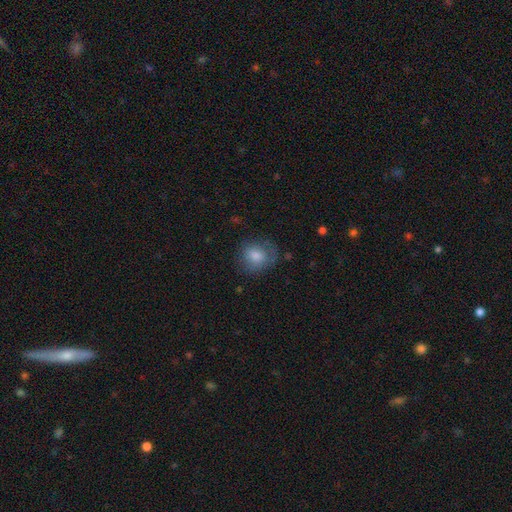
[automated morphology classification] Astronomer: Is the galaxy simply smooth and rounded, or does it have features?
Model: smooth — 72%.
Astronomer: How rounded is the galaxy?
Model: round — 68%.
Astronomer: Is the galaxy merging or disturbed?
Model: none — 67%.